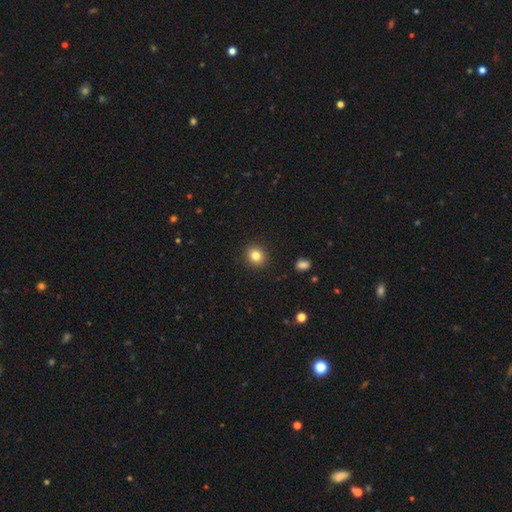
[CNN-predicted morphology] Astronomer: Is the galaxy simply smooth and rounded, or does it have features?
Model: smooth — 82%.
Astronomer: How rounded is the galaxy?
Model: round — 86%.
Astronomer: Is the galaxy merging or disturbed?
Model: none — 91%.